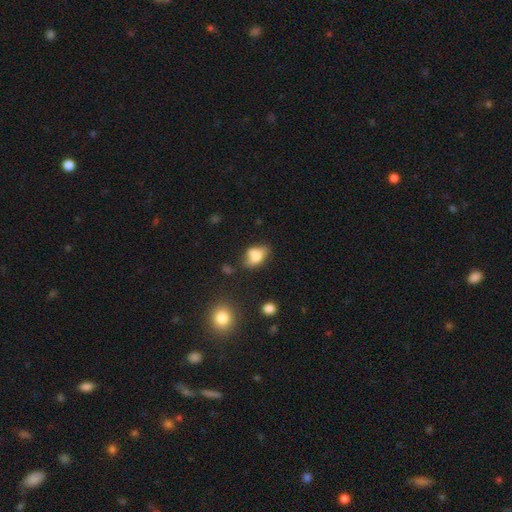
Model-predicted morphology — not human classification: Smooth or featured? smooth (69%)
How rounded? in between (80%)
Merging? none (41%)